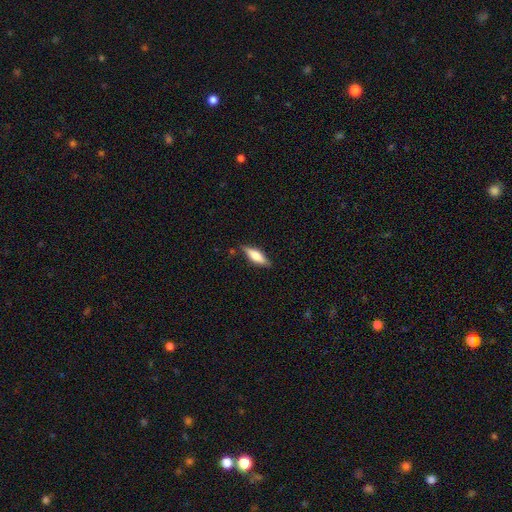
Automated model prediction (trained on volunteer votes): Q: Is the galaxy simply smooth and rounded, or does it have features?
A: smooth — 53%.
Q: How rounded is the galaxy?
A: in between — 52%.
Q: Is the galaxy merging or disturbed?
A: none — 79%.